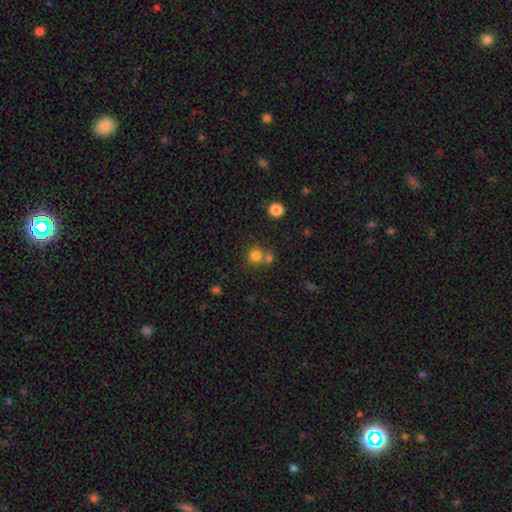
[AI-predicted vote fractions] This appears to be a smooth galaxy with no disk features (79%) that is round (91%). Merging: none (60%).